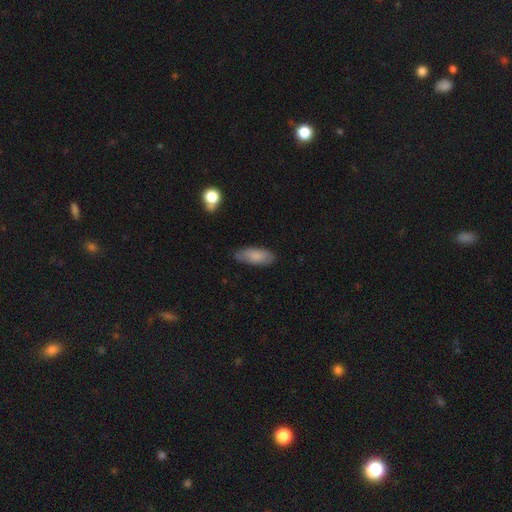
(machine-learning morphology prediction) A smooth galaxy with no disk features (83%) that is in between round and cigar-shaped (79%).

Vote fractions:
- Smooth or featured? smooth: 83% / featured or disk: 11% / star or artifact: 6%
- How rounded? in between: 79% / cigar-shaped: 19% / round: 2%
- Merging? none: 76% / minor disturbance: 20% / major disturbance: 3% / merger: 1%